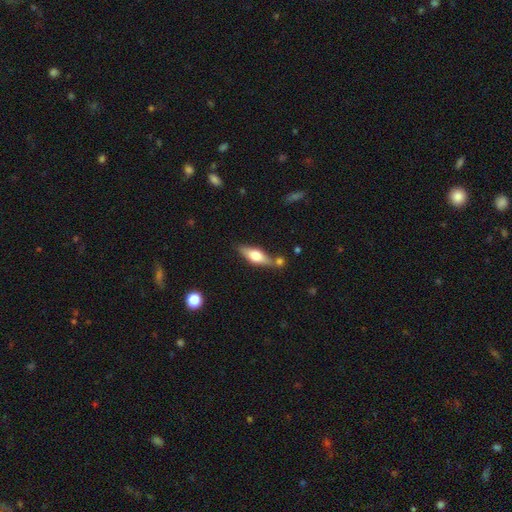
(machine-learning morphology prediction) Q: Smooth or featured?
A: smooth (50%); runner-up: featured or disk (43%)
Q: How rounded?
A: in between (56%); runner-up: cigar-shaped (41%)
Q: Merging?
A: none (68%); runner-up: minor disturbance (15%)